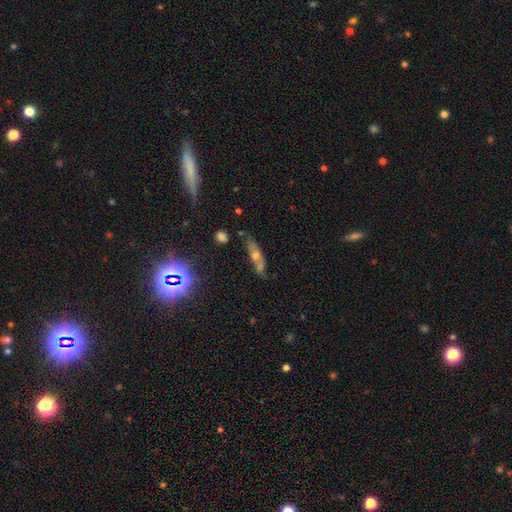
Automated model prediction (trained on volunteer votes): This appears to be a featured or disk galaxy (41%). Merging: none (61%).